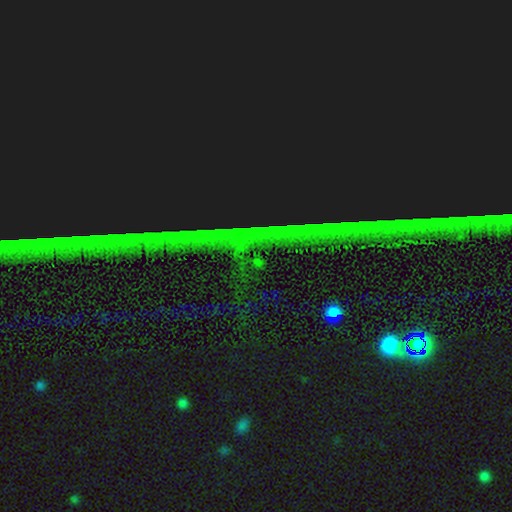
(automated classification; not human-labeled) Smooth or featured? Predicted: star or artifact (p=0.86).